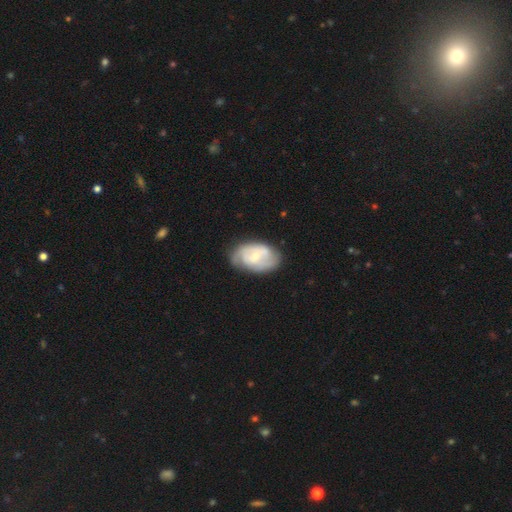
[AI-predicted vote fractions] Morphology: type=featured or disk (69%); edge-on=no (96%); bar=no (47%); spiral arms=yes (83%); winding=tight (48%); arm count=2 (54%); bulge=small (61%); merging=none (71%).